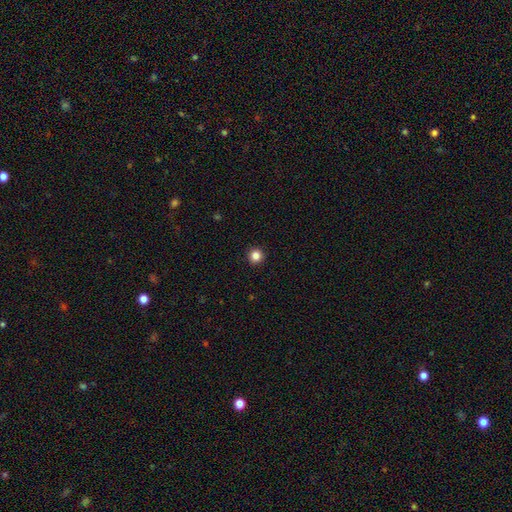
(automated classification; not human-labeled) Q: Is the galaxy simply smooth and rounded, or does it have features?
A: smooth — 85%.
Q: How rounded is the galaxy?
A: round — 95%.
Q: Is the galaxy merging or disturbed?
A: none — 94%.